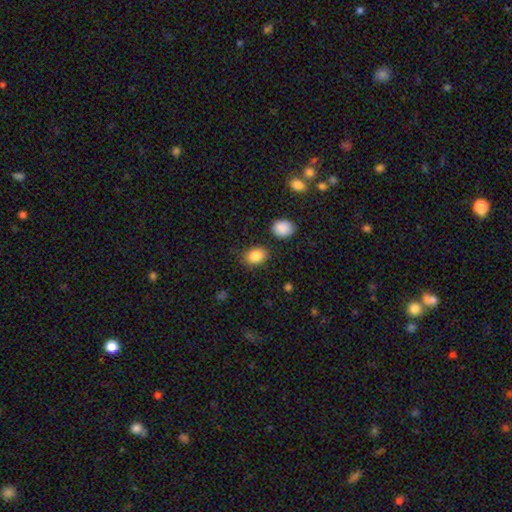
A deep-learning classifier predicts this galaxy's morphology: Smooth or featured: smooth — 86% (star or artifact — 8%)
How rounded: in between — 70% (round — 29%)
Merging: none — 82% (minor disturbance — 12%)